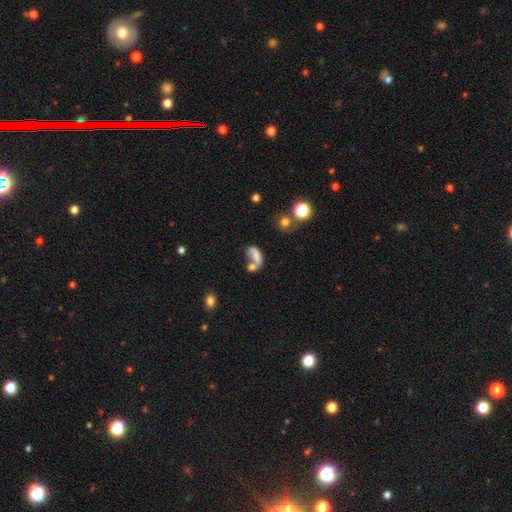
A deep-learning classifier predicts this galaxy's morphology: A smooth galaxy with no disk features (61%) that is in between round and cigar-shaped (83%). Merging: merger (50%).